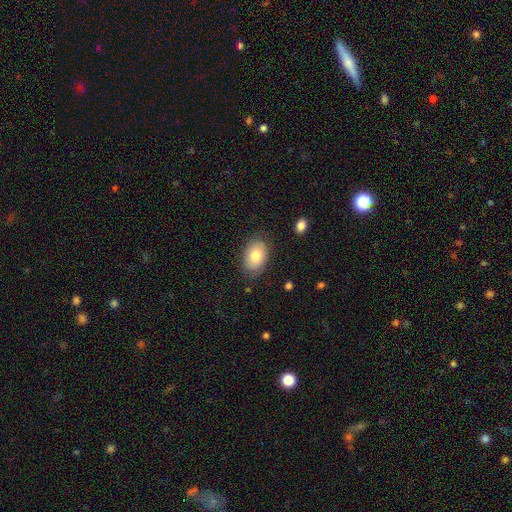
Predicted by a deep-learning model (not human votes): A smooth galaxy with no disk features (80%) that is in between round and cigar-shaped (86%).

Vote fractions:
- Smooth or featured? smooth: 80% / featured or disk: 13% / star or artifact: 7%
- How rounded? in between: 86% / round: 13% / cigar-shaped: 1%
- Merging? none: 80% / minor disturbance: 15% / major disturbance: 4% / merger: 1%